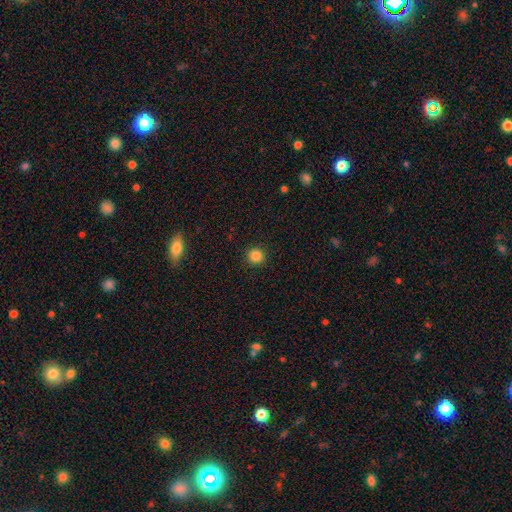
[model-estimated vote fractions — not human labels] smooth_or_featured: smooth (p=0.85) [alt: star or artifact p=0.11]
how_rounded: round (p=0.94) [alt: in between p=0.05]
merging: none (p=0.92) [alt: minor disturbance p=0.05]